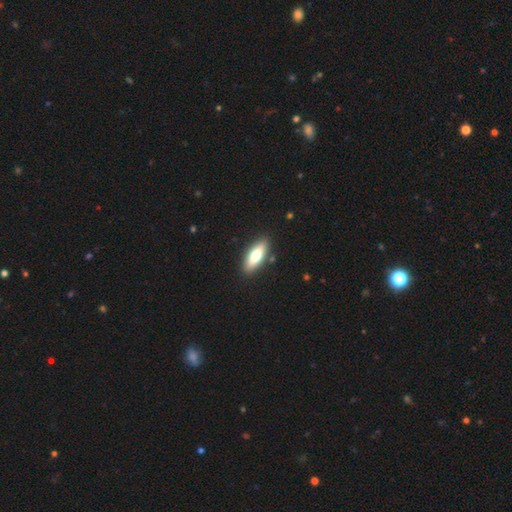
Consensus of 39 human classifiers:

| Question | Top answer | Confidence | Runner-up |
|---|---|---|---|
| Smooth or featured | smooth | 67% | featured or disk (26%) |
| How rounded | in between | 50% | tied: cigar-shaped (50%) |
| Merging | none | 89% | minor disturbance (8%) |